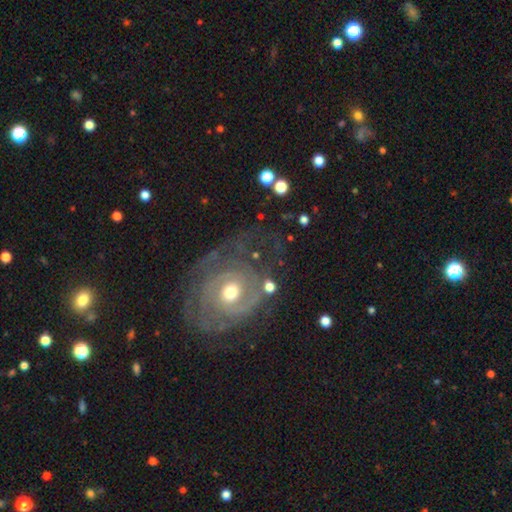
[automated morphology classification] smooth_or_featured: featured or disk (p=0.83) [alt: smooth p=0.10]
disk_edge_on: no (p=0.97) [alt: yes p=0.03]
bar: no (p=0.75) [alt: weak p=0.20]
has_spiral_arms: yes (p=0.87) [alt: no p=0.13]
spiral_winding: tight (p=0.66) [alt: medium p=0.25]
spiral_arm_count: can't tell (p=0.38) [alt: 2 p=0.27]
bulge_size: moderate (p=0.71) [alt: small p=0.21]
merging: none (p=0.59) [alt: minor disturbance p=0.20]